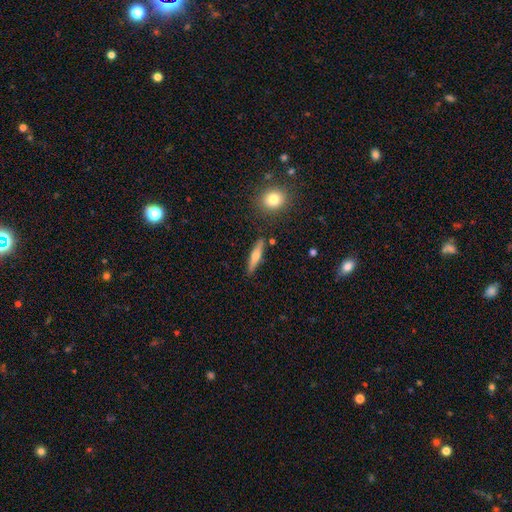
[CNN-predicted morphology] The model was most divided on "smooth or featured": smooth: 53%, featured or disk: 41%, star or artifact: 7%. More confident: merging — none (84%); how rounded — cigar-shaped (81%).